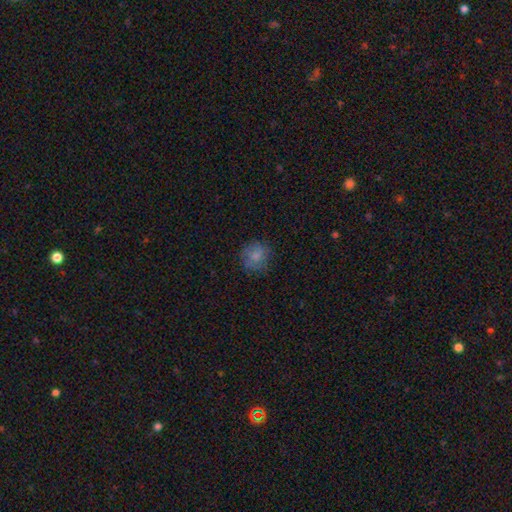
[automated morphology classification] Smooth or featured: smooth — 76% (featured or disk — 14%)
How rounded: round — 84% (in between — 15%)
Merging: none — 76% (minor disturbance — 17%)